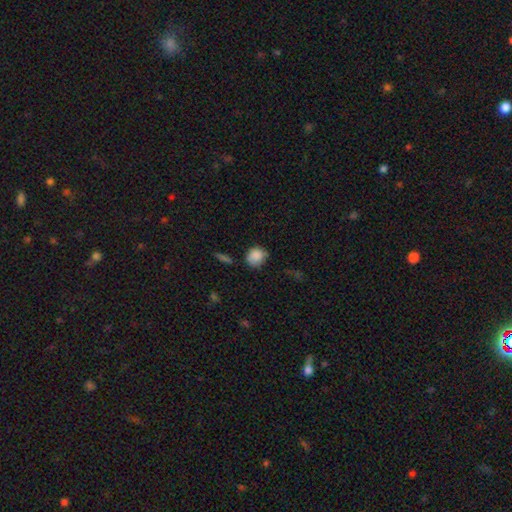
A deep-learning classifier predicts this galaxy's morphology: Smooth or featured? smooth (86%)
How rounded? round (76%)
Merging? none (65%)